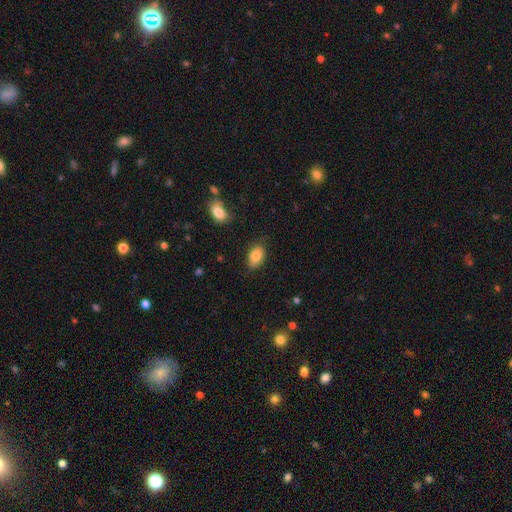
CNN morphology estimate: The model was most divided on "merging": none: 76%, minor disturbance: 19%, major disturbance: 3%, merger: 2%. More confident: how rounded — in between (88%); smooth or featured — smooth (83%).